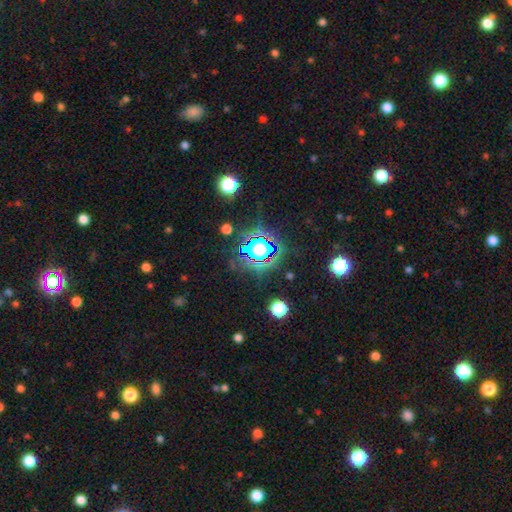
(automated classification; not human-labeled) Smooth or featured: star or artifact — 71% (smooth — 19%)